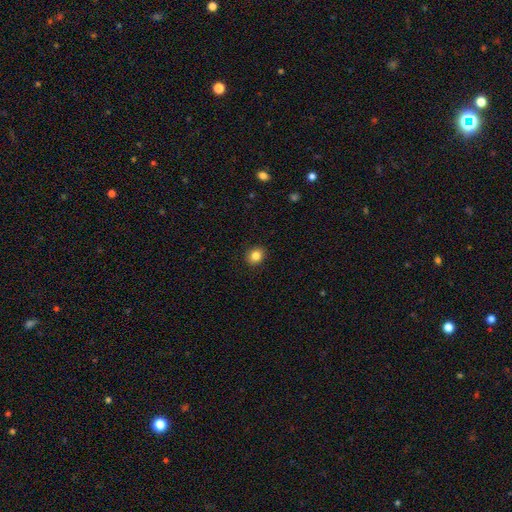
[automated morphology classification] Smooth or featured: smooth — 84% (star or artifact — 11%)
How rounded: round — 77% (in between — 22%)
Merging: none — 91% (minor disturbance — 6%)